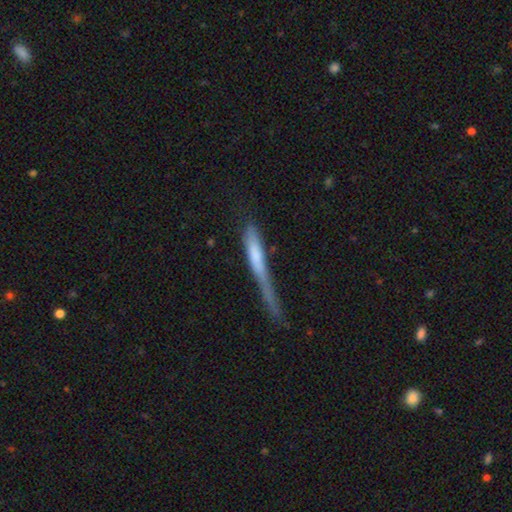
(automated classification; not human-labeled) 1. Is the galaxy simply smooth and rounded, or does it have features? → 61% smooth, 32% featured or disk, 8% star or artifact.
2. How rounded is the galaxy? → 92% cigar-shaped, 6% in between, 2% round.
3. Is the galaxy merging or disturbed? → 34% none, 30% minor disturbance, 28% major disturbance, 7% merger.